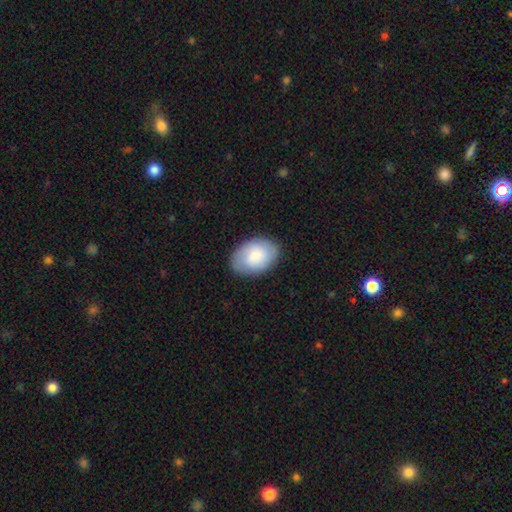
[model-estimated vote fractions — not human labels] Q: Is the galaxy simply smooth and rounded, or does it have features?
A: smooth — 81%.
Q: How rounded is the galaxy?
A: in between — 87%.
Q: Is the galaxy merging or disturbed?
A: none — 83%.